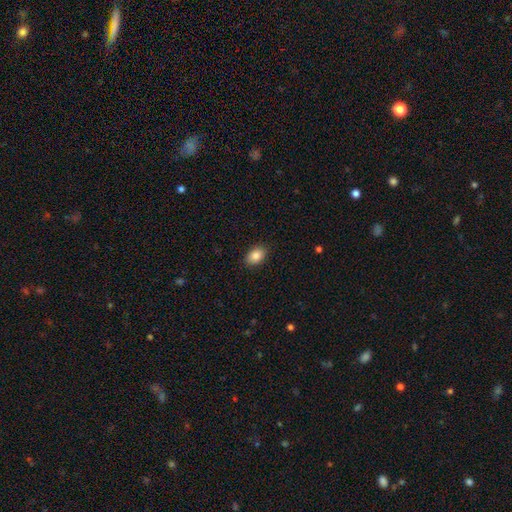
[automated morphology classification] smooth 85%, star or artifact 8%, featured or disk 7%. Down the decision tree: how rounded — in between (82%); merging — none (89%).